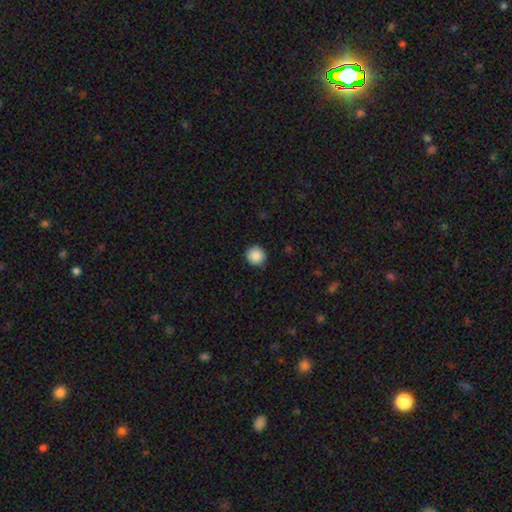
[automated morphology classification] type=smooth (88%); roundness=round (92%); merging=none (88%).